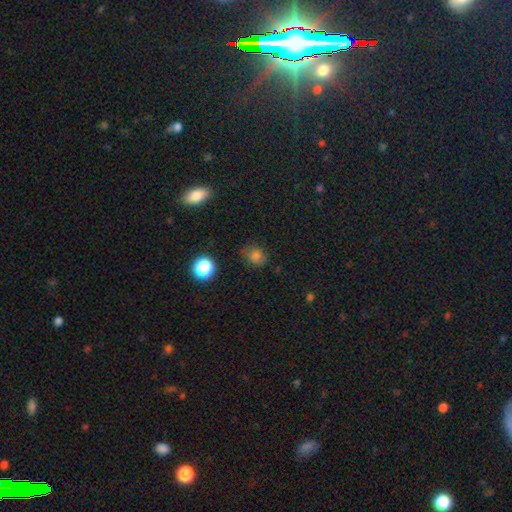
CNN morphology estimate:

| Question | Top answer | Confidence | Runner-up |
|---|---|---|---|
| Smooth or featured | smooth | 76% | star or artifact (18%) |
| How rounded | round | 60% | in between (38%) |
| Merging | none | 73% | minor disturbance (20%) |